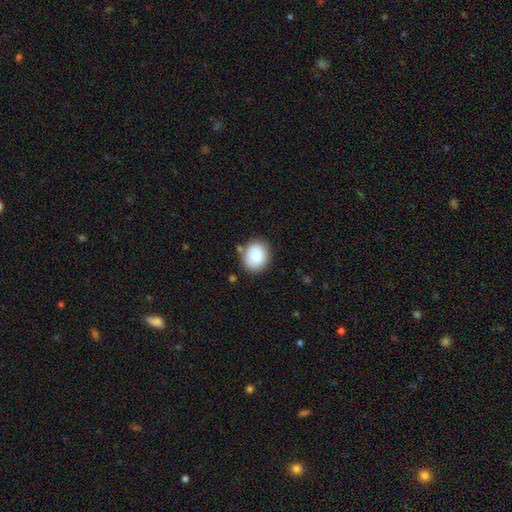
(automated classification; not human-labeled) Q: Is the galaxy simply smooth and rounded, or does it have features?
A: smooth — 84%.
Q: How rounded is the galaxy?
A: round — 66%.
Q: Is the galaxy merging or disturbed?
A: none — 82%.